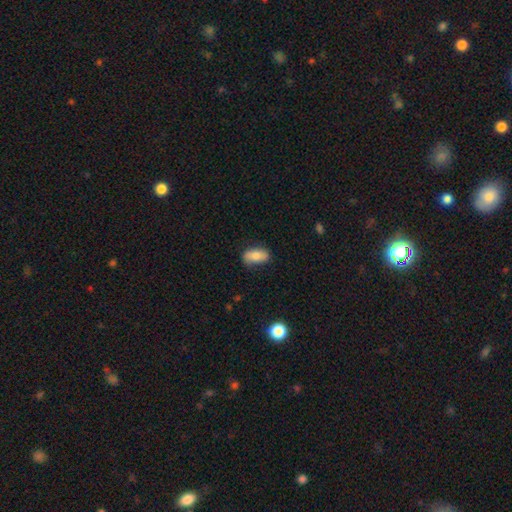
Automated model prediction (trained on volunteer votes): The model was most divided on "merging": none: 75%, minor disturbance: 20%, major disturbance: 4%, merger: 1%. More confident: how rounded — in between (88%); smooth or featured — smooth (77%).